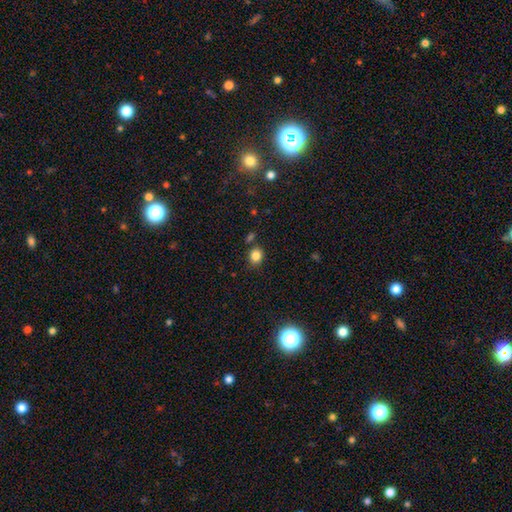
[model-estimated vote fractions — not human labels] Overall: smooth (83%). How rounded: round (67%; in between 33%). Merging: none (78%).